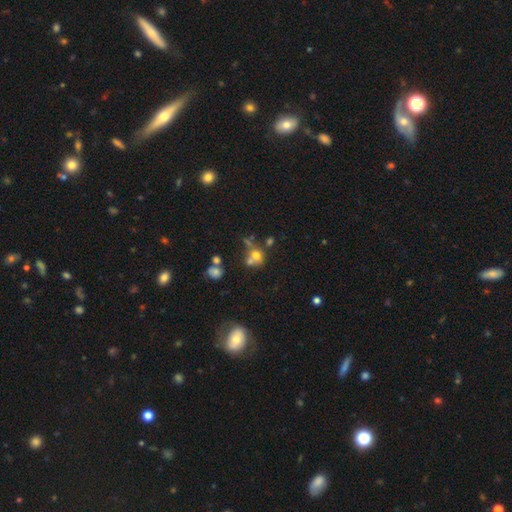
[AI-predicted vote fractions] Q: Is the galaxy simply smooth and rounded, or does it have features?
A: smooth — 65%.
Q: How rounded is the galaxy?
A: round — 75%.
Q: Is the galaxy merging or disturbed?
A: merger — 43%.